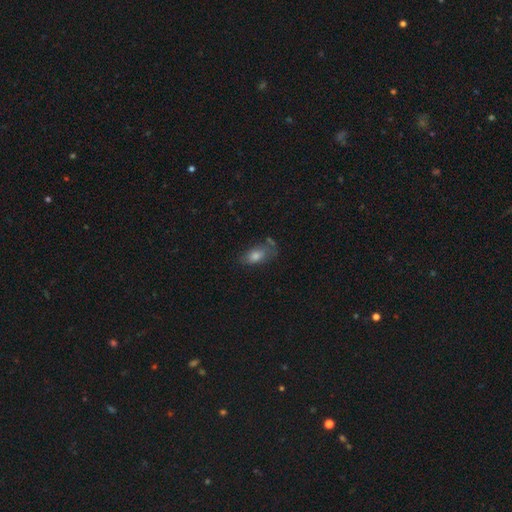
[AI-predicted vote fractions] A smooth galaxy with no disk features (68%) that is in between round and cigar-shaped (84%).

Vote fractions:
- Smooth or featured? smooth: 68% / featured or disk: 19% / star or artifact: 14%
- How rounded? in between: 84% / round: 10% / cigar-shaped: 6%
- Merging? none: 56% / minor disturbance: 25% / major disturbance: 12% / merger: 7%